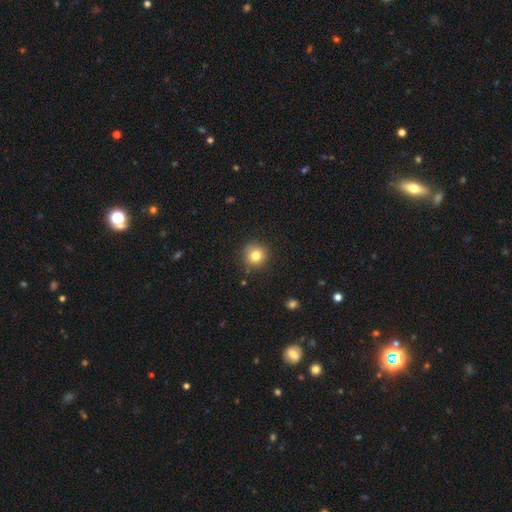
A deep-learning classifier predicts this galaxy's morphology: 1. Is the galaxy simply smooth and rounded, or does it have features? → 81% smooth, 11% star or artifact, 8% featured or disk.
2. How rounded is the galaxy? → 94% round, 5% in between, 1% cigar-shaped.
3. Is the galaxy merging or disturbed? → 89% none, 7% minor disturbance, 2% major disturbance, 2% merger.